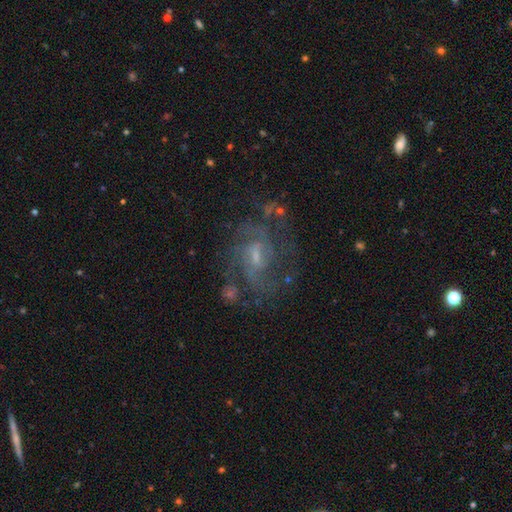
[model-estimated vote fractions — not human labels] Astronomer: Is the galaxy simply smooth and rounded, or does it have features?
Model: featured or disk — 82%.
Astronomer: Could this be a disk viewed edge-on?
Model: no — 97%.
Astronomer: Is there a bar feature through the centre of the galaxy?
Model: weak — 59%.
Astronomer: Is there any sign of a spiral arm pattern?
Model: yes — 92%.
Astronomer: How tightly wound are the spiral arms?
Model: medium — 50% (runner-up: tight, 32%).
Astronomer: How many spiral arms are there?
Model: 2 — 29%, tied with can't tell at 29%.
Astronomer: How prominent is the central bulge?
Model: small — 56%.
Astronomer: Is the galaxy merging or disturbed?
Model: none — 64%.